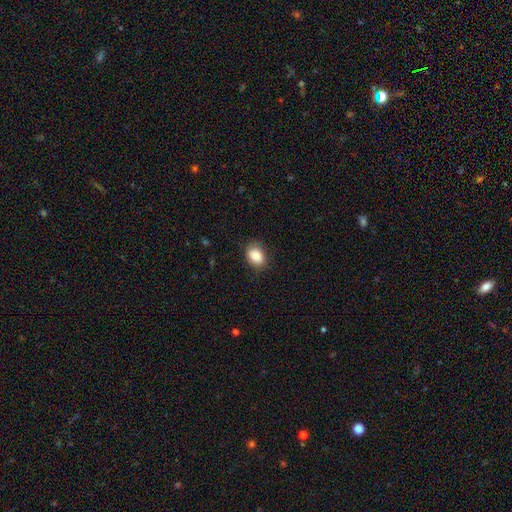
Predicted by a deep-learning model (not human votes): smooth_or_featured: smooth (p=0.84) [alt: star or artifact p=0.08]
how_rounded: in between (p=0.64) [alt: round p=0.35]
merging: none (p=0.84) [alt: minor disturbance p=0.12]